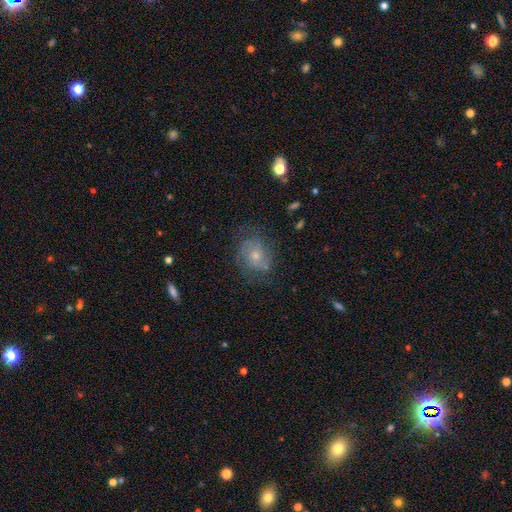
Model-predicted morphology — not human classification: Q: Smooth or featured?
A: featured or disk (47%); runner-up: smooth (42%)
Q: Merging?
A: none (63%); runner-up: minor disturbance (23%)